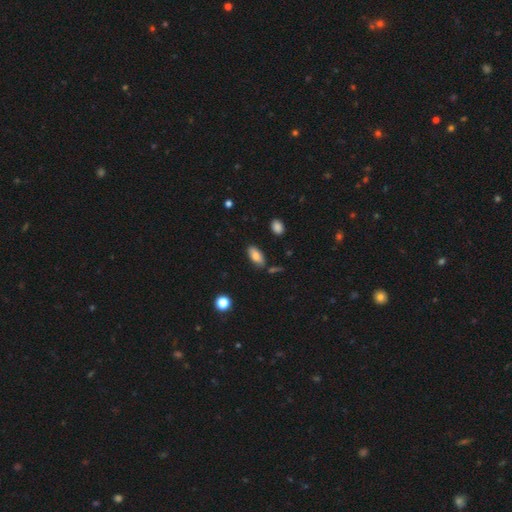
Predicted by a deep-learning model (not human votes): This is likely a smooth galaxy (78%). How rounded: clearly in between (86%). Merging: likely none (80%).